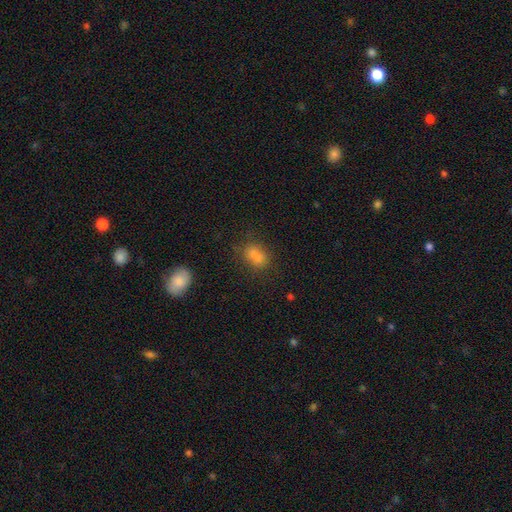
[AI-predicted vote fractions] Q: Smooth or featured?
A: smooth (82%); runner-up: star or artifact (12%)
Q: How rounded?
A: in between (80%); runner-up: round (15%)
Q: Merging?
A: none (76%); runner-up: minor disturbance (16%)